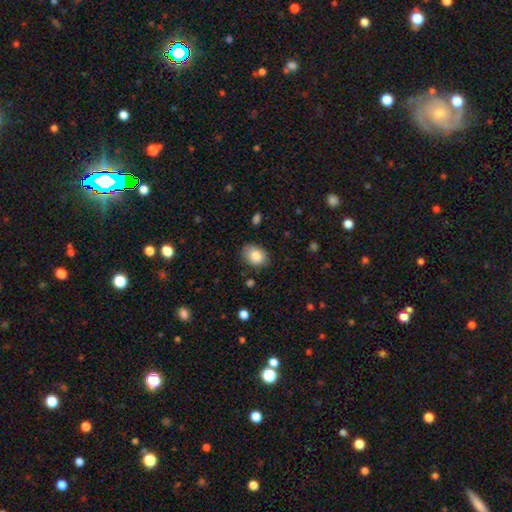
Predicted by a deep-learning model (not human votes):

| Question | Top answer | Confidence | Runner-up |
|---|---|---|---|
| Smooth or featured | smooth | 84% | featured or disk (8%) |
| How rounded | in between | 63% | round (36%) |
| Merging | none | 81% | minor disturbance (15%) |